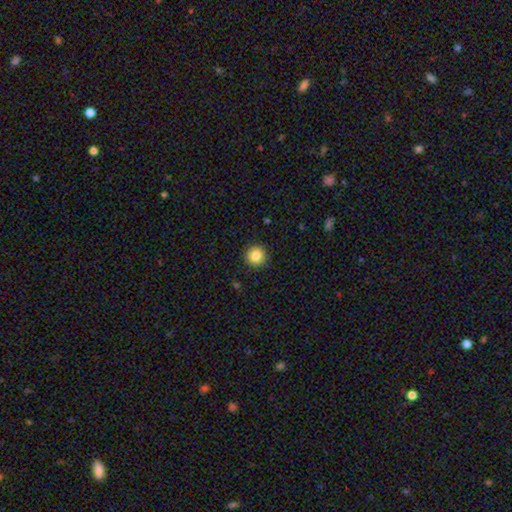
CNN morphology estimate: A smooth galaxy with no disk features (85%) that is round (94%).

Vote fractions:
- Smooth or featured? smooth: 85% / star or artifact: 9% / featured or disk: 6%
- How rounded? round: 94% / in between: 5% / cigar-shaped: 1%
- Merging? none: 91% / minor disturbance: 6% / major disturbance: 2% / merger: 1%